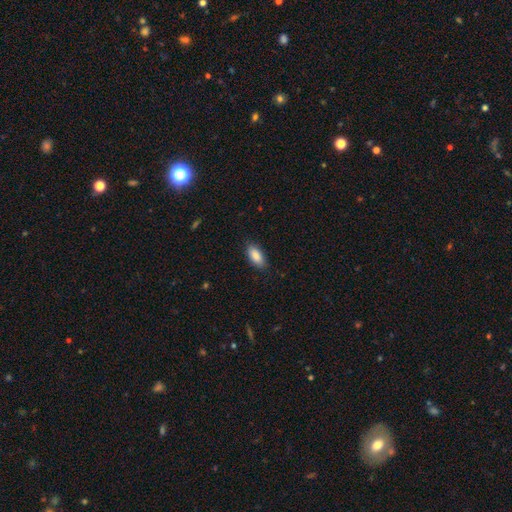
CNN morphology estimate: Smooth or featured? Predicted: smooth (p=0.89). How rounded? Predicted: in between (p=0.88). Merging? Predicted: none (p=0.86).